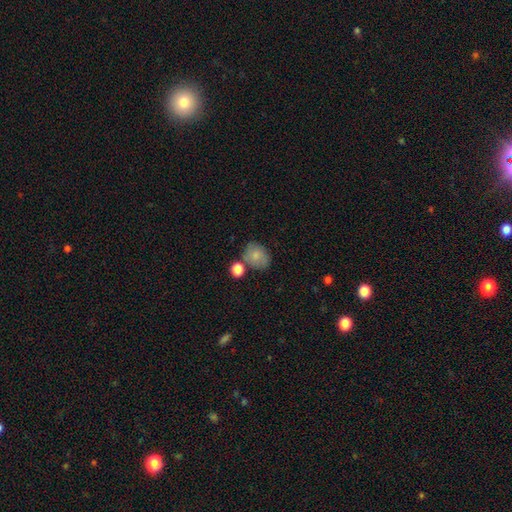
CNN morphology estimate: A smooth galaxy with no disk features (76%) that is in between round and cigar-shaped (51%).

Vote fractions:
- Smooth or featured? smooth: 76% / featured or disk: 16% / star or artifact: 9%
- How rounded? in between: 51% / round: 48% / cigar-shaped: 1%
- Merging? none: 58% / minor disturbance: 20% / merger: 16% / major disturbance: 6%